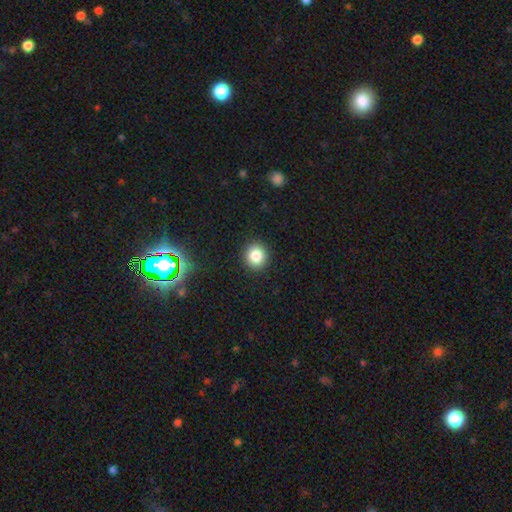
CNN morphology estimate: Q: Smooth or featured?
A: smooth (84%); runner-up: star or artifact (11%)
Q: How rounded?
A: round (86%); runner-up: in between (13%)
Q: Merging?
A: none (91%); runner-up: minor disturbance (6%)